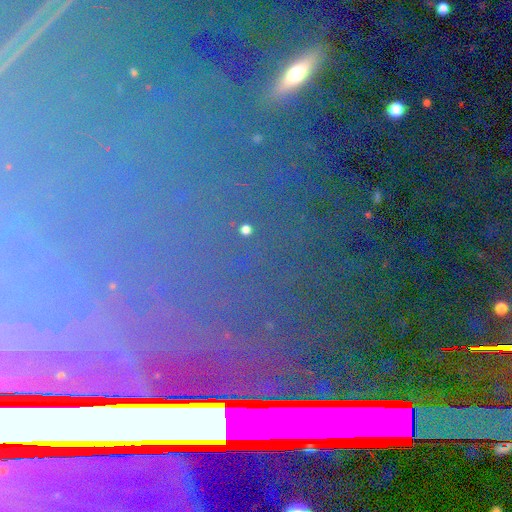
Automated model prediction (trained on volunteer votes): Overall: star or artifact (71%).